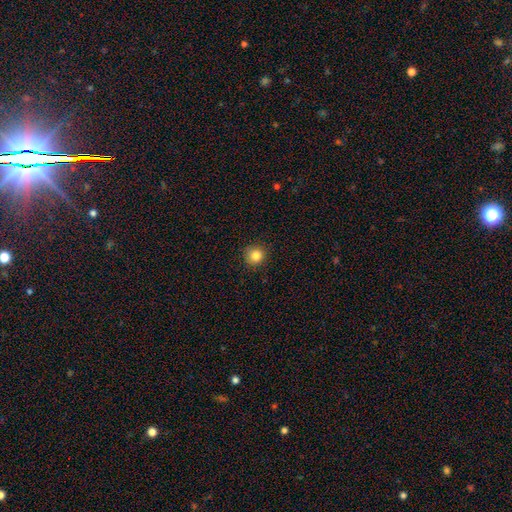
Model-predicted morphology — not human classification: smooth-or-featured: smooth: 84% | star or artifact: 11% | featured or disk: 5%
  how-rounded: round: 93% | in between: 6% | cigar-shaped: 1%
  merging: none: 90% | minor disturbance: 7% | major disturbance: 2% | merger: 1%